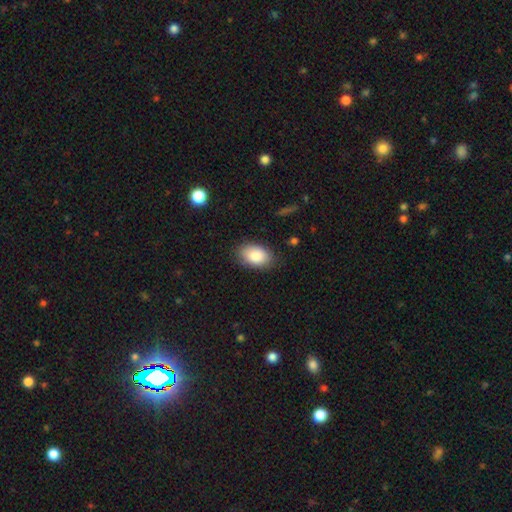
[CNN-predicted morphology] smooth_or_featured: smooth (p=0.86) [alt: featured or disk p=0.07]
how_rounded: in between (p=0.90) [alt: round p=0.09]
merging: none (p=0.82) [alt: minor disturbance p=0.13]